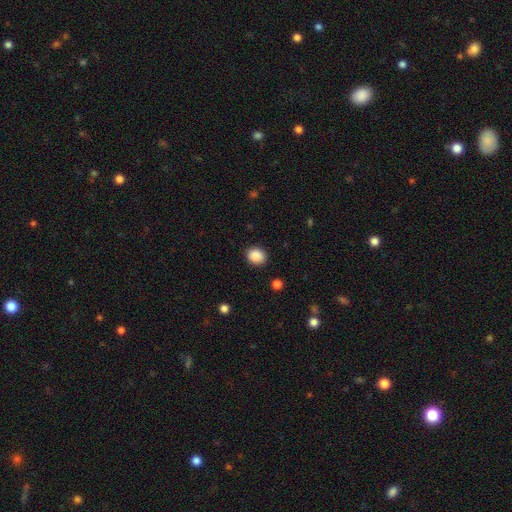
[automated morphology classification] A smooth galaxy with no disk features (89%) that is round (69%).

Vote fractions:
- Smooth or featured? smooth: 89% / star or artifact: 9% / featured or disk: 3%
- How rounded? round: 69% / in between: 30% / cigar-shaped: 1%
- Merging? none: 90% / minor disturbance: 7% / major disturbance: 2% / merger: 1%